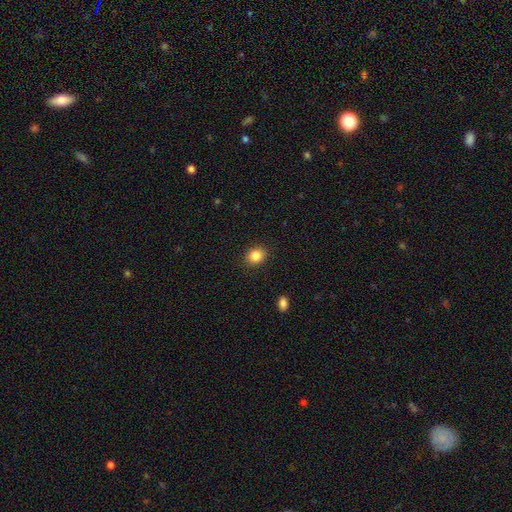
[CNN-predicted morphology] Smooth or featured? Predicted: smooth (p=0.85). How rounded? Predicted: round (p=0.59). Merging? Predicted: none (p=0.89).